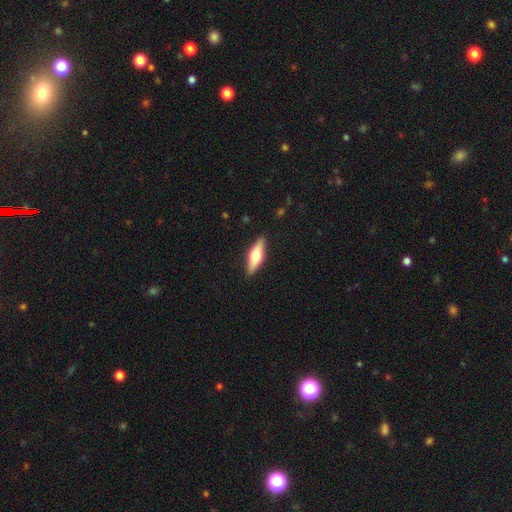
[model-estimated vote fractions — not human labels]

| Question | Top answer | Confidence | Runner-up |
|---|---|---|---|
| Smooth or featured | smooth | 48% | featured or disk (46%) |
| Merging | none | 88% | minor disturbance (9%) |